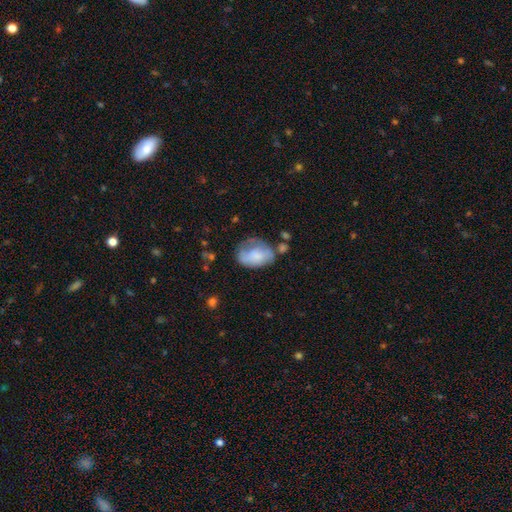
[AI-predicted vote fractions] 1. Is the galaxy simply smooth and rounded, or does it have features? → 67% smooth, 25% featured or disk, 8% star or artifact.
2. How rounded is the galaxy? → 79% in between, 20% round, 1% cigar-shaped.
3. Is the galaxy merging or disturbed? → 38% none, 32% minor disturbance, 22% major disturbance, 8% merger.